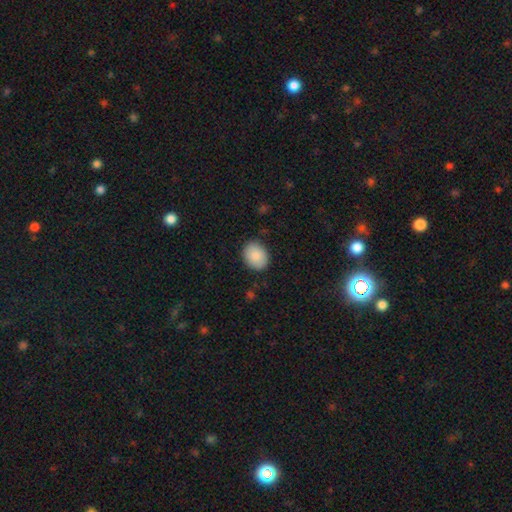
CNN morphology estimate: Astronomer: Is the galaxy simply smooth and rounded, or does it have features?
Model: smooth — 86%.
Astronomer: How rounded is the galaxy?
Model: in between — 52% (runner-up: round, 47%).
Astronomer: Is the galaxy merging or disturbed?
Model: none — 86%.